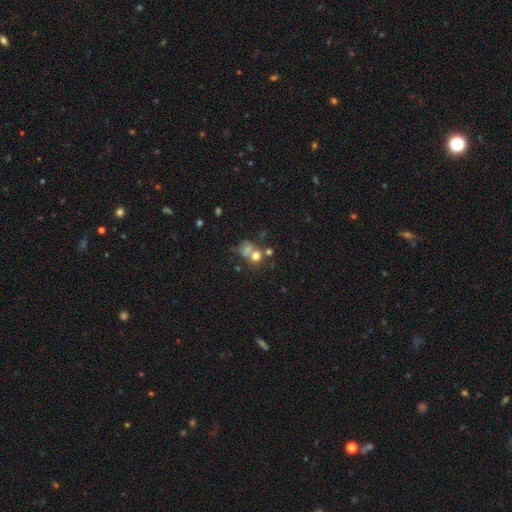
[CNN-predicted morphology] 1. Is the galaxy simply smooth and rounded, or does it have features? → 58% smooth, 22% featured or disk, 19% star or artifact.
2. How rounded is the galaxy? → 72% round, 26% in between, 1% cigar-shaped.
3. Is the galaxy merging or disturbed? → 42% merger, 34% none, 13% major disturbance, 11% minor disturbance.